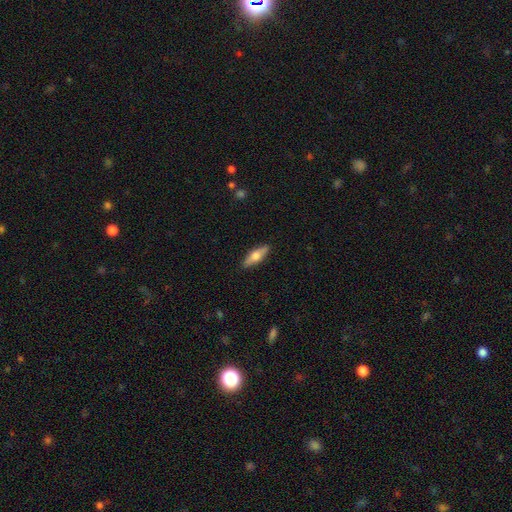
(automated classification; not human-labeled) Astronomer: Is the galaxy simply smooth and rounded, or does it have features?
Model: smooth — 55% (runner-up: featured or disk, 39%).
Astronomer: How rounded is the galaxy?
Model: in between — 49% (runner-up: cigar-shaped, 48%).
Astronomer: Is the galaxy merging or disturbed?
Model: none — 89%.